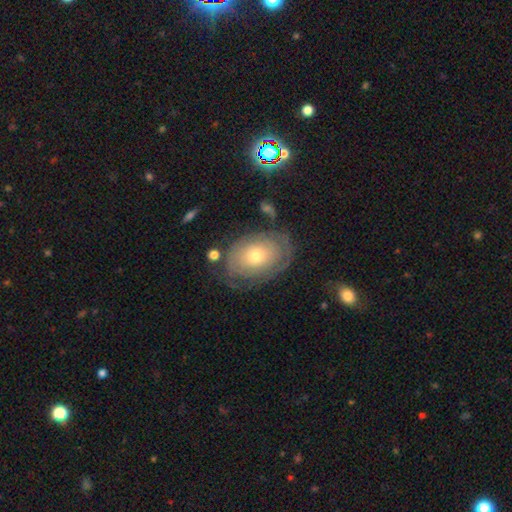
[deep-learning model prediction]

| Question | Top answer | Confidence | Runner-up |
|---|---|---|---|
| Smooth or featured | featured or disk | 58% | smooth (34%) |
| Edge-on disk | no | 94% | yes (6%) |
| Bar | no | 86% | weak (11%) |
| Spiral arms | yes | 61% | no (39%) |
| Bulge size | moderate | 47% | small (46%) |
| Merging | none | 66% | minor disturbance (20%) |